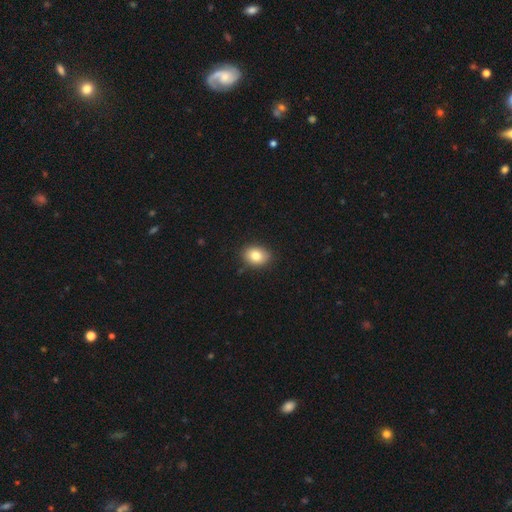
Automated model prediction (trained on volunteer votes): smooth-or-featured: smooth: 81% | featured or disk: 10% | star or artifact: 9%
  how-rounded: in between: 64% | round: 35% | cigar-shaped: 1%
  merging: none: 86% | minor disturbance: 10% | major disturbance: 2% | merger: 1%